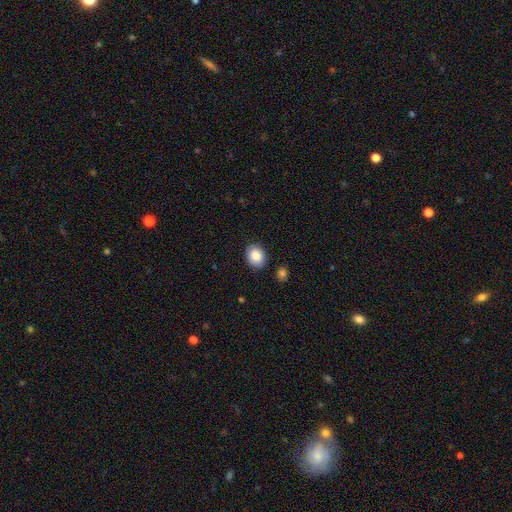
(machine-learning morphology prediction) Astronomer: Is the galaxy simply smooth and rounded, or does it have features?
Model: smooth — 86%.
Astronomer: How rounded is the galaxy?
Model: in between — 56% (runner-up: round, 43%).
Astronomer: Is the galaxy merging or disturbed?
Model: none — 86%.